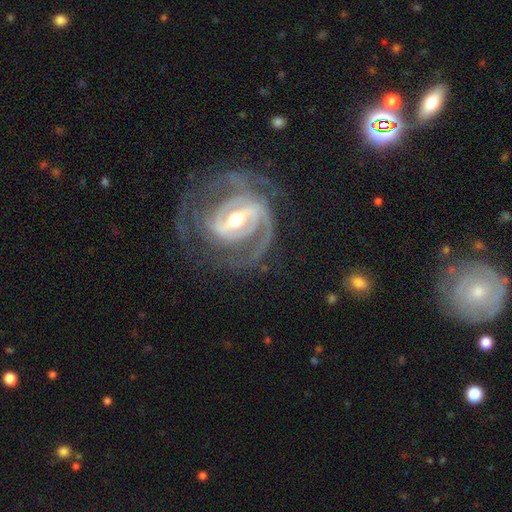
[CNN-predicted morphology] Smooth or featured: featured or disk — 91% (star or artifact — 5%)
Edge-on disk: no — 97% (yes — 3%)
Bar: strong — 58% (weak — 32%)
Spiral arms: yes — 96% (no — 4%)
Spiral winding: tight — 56% (medium — 36%)
Spiral arm count: 2 — 55% (3 — 18%)
Bulge size: moderate — 61% (small — 31%)
Merging: none — 66% (minor disturbance — 17%)